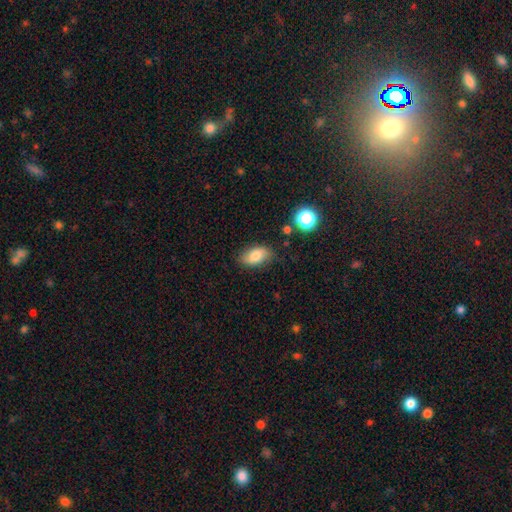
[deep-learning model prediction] Morphology: type=smooth (76%); roundness=in between (91%); merging=none (78%).